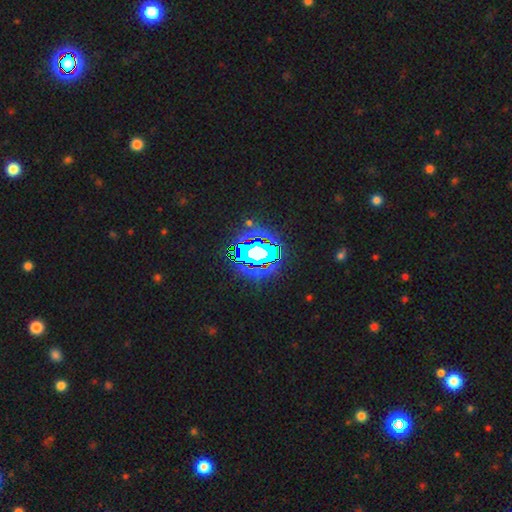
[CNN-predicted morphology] This is likely a star or artifact rather than a galaxy (67%).